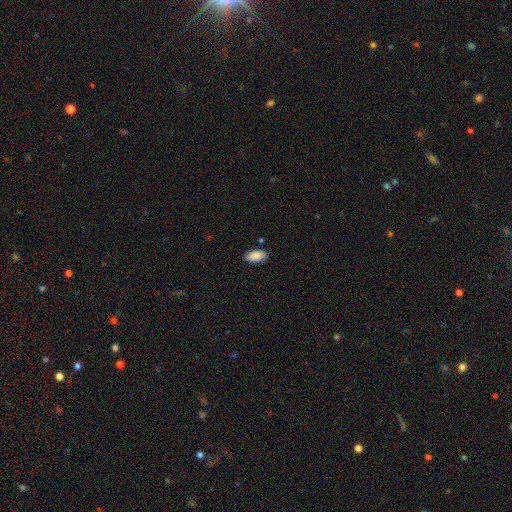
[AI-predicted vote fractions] smooth-or-featured: smooth: 90% | star or artifact: 6% | featured or disk: 4%
  how-rounded: in between: 93% | cigar-shaped: 5% | round: 2%
  merging: none: 87% | minor disturbance: 9% | major disturbance: 2% | merger: 2%